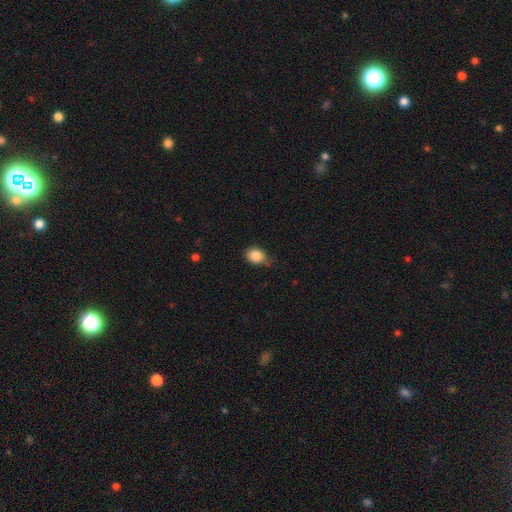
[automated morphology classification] Q: Smooth or featured?
A: smooth (85%); runner-up: star or artifact (9%)
Q: How rounded?
A: in between (56%); runner-up: round (43%)
Q: Merging?
A: none (67%); runner-up: minor disturbance (27%)